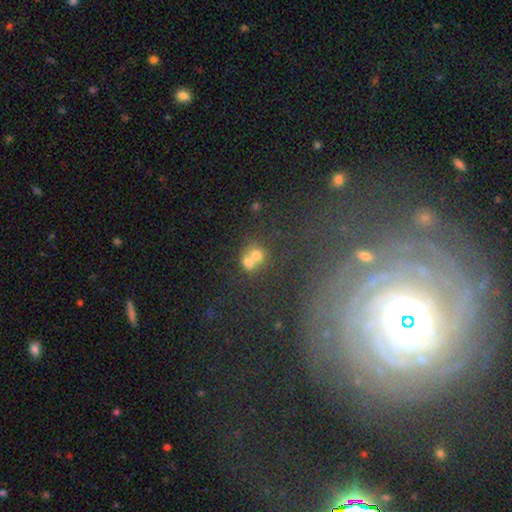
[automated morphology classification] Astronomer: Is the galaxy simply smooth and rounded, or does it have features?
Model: smooth — 65%.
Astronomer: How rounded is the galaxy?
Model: round — 80%.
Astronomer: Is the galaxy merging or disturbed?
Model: merger — 57% (runner-up: none, 33%).